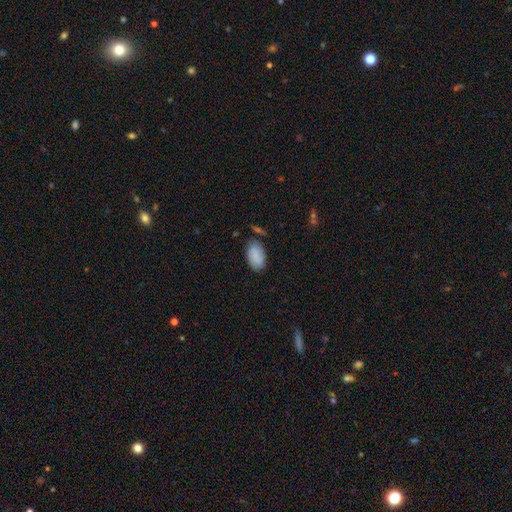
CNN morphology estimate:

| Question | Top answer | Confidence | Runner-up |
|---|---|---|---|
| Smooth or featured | smooth | 86% | featured or disk (8%) |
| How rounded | in between | 93% | round (5%) |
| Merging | none | 72% | minor disturbance (19%) |